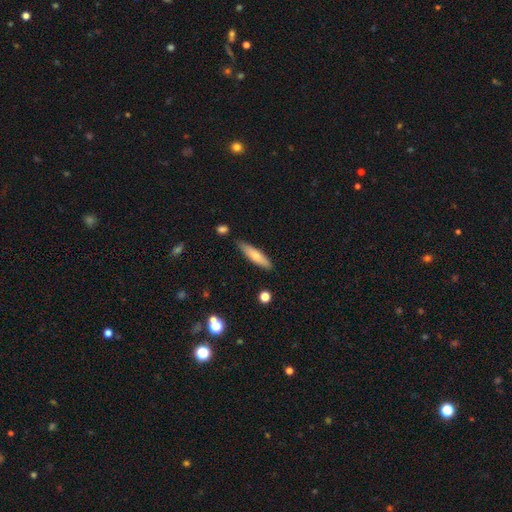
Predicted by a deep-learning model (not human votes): Smooth or featured?
  - smooth: 74% *
  - featured or disk: 20%
  - star or artifact: 6%
How rounded?
  - cigar-shaped: 78% *
  - in between: 20%
  - round: 1%
Merging?
  - none: 82% *
  - minor disturbance: 13%
  - merger: 3%
  - major disturbance: 2%